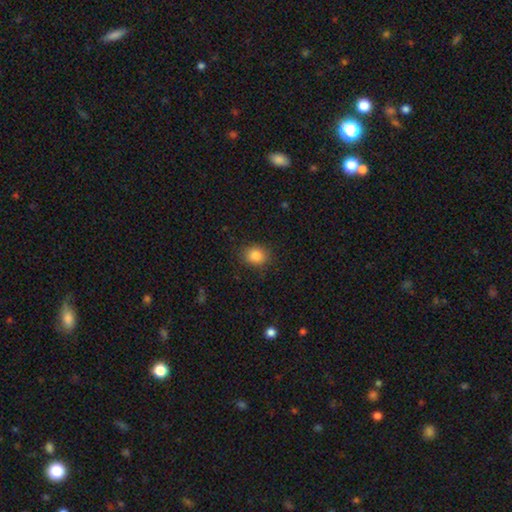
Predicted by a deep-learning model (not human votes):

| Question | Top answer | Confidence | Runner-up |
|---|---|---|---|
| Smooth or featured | smooth | 85% | star or artifact (10%) |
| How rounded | round | 54% | in between (45%) |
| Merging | none | 85% | minor disturbance (11%) |